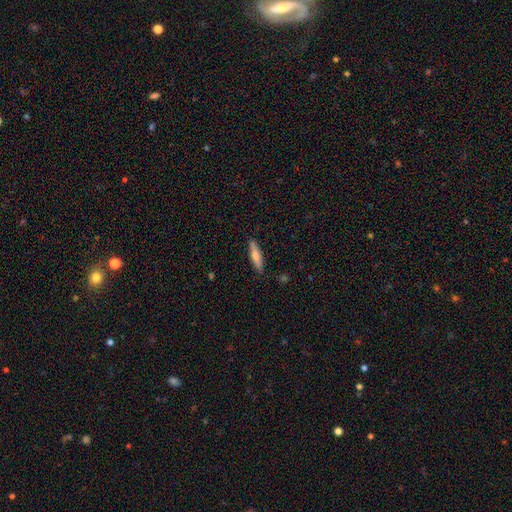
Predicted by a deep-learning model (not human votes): This appears to be a smooth galaxy with no disk features (68%) that is cigar-shaped (82%). Merging: none (87%).